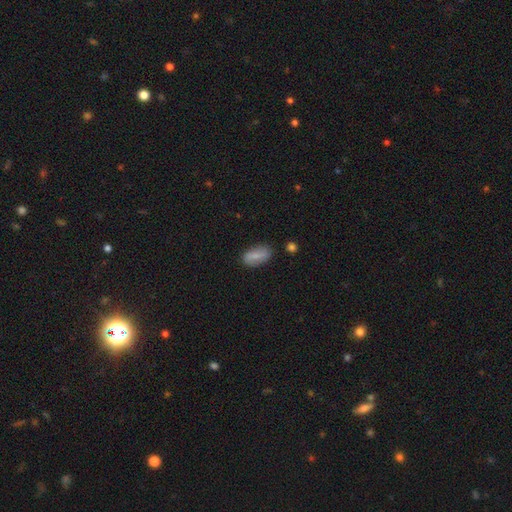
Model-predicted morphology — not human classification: The model was most divided on "smooth or featured": smooth: 65%, featured or disk: 28%, star or artifact: 7%. More confident: how rounded — in between (88%); merging — none (78%).